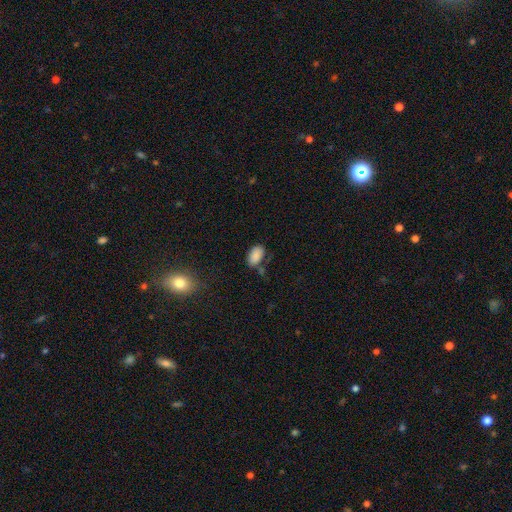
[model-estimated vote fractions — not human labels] Smooth or featured? Predicted: smooth (p=0.87). How rounded? Predicted: in between (p=0.93). Merging? Predicted: none (p=0.67).